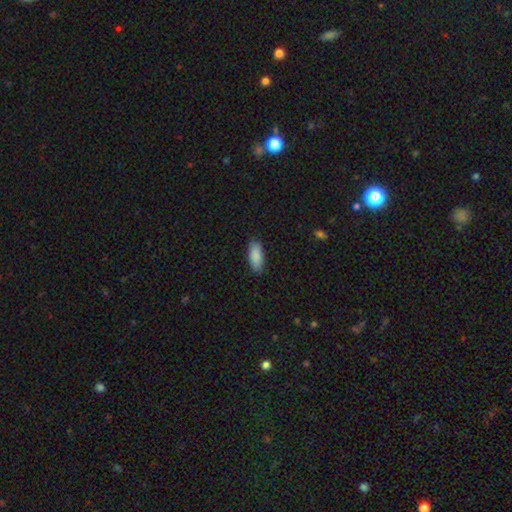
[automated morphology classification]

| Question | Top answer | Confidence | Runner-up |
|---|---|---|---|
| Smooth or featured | smooth | 89% | star or artifact (6%) |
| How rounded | in between | 84% | cigar-shaped (15%) |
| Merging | none | 86% | minor disturbance (11%) |